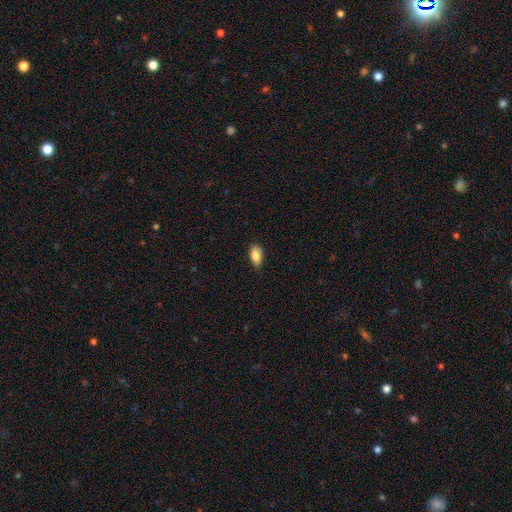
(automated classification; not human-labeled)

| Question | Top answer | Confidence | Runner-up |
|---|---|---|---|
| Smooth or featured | smooth | 85% | star or artifact (7%) |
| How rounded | in between | 91% | cigar-shaped (5%) |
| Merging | none | 82% | minor disturbance (15%) |